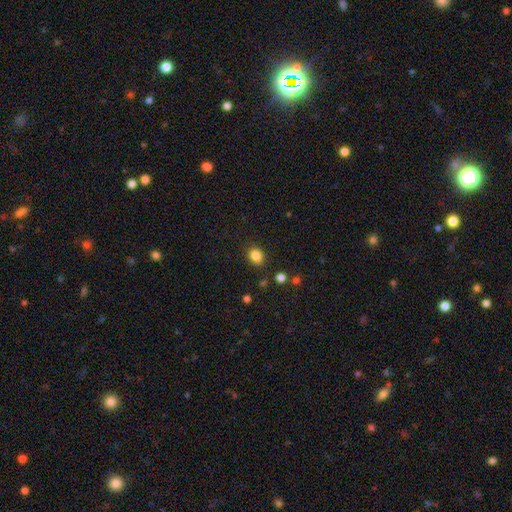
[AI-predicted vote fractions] The model was most divided on "how rounded": round: 60%, in between: 39%, cigar-shaped: 1%. More confident: merging — none (87%); smooth or featured — smooth (85%).